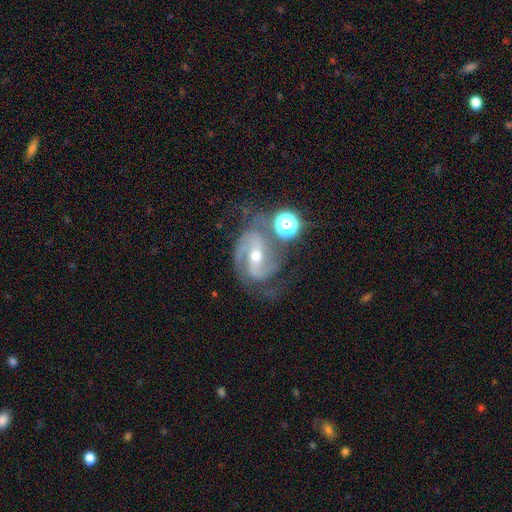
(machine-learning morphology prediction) This appears to be a featured or disk galaxy (88%) with a strong bar (42%), 2 (82%) medium (52%) spiral arms (97%) and a moderate central bulge (57%). Merging: none (61%).